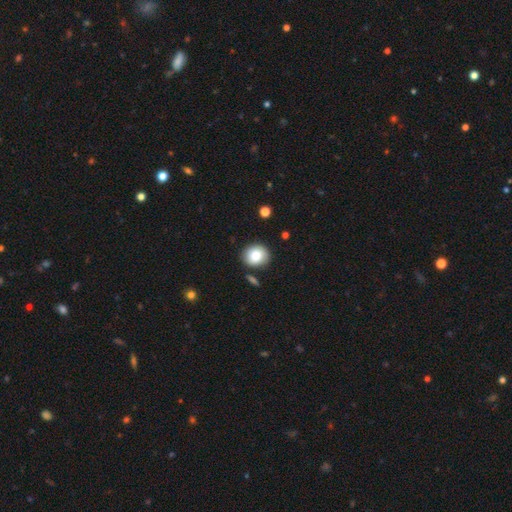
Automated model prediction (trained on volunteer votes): smooth 83%, featured or disk 9%, star or artifact 8%. Down the decision tree: how rounded — round (74%); merging — none (83%).